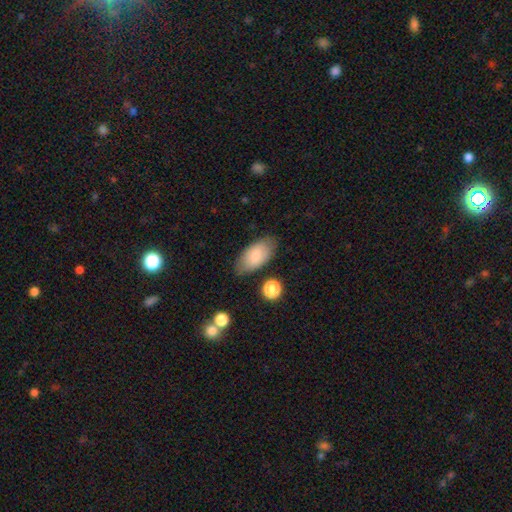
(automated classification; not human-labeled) Overall: smooth (80%). How rounded: in between (92%). Merging: none (78%).